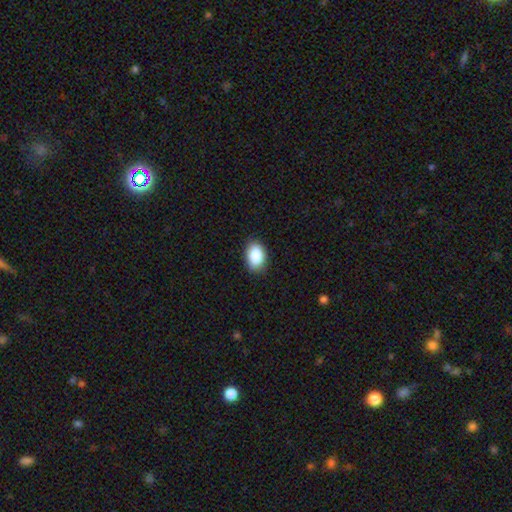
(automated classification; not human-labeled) Morphology: type=smooth (87%); roundness=in between (87%); merging=none (87%).